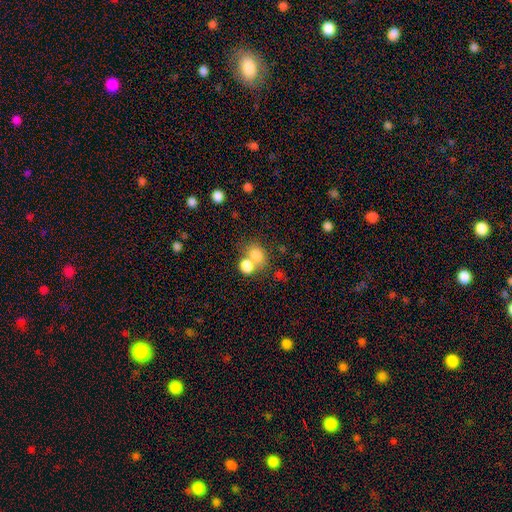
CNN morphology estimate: smooth 78%, star or artifact 12%, featured or disk 10%. Down the decision tree: how rounded — round (51%); merging — merger (45%).